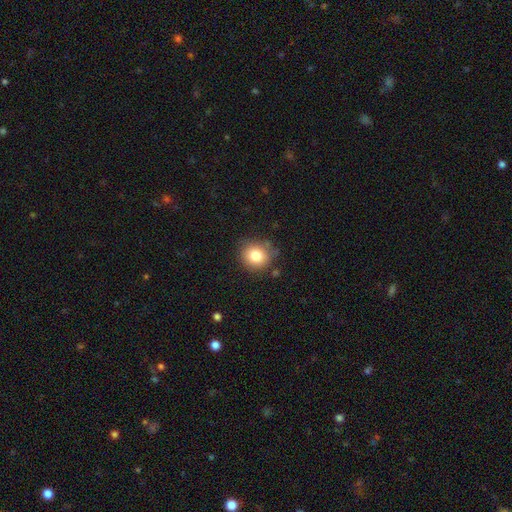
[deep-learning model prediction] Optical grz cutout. It shows a smooth galaxy with no disk features (81%) that is round (83%). Merging: none (78%).